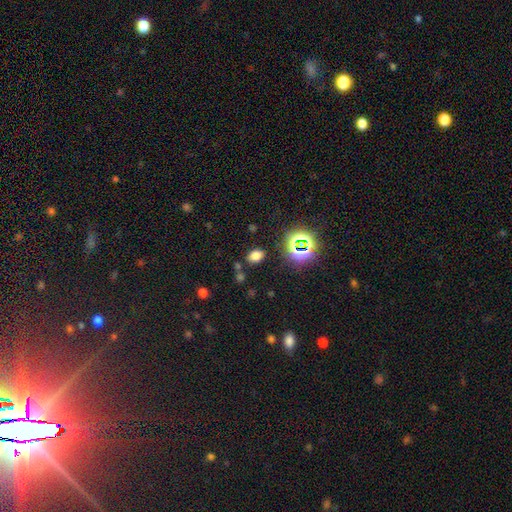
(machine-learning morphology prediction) Smooth or featured? Predicted: smooth (p=0.70). How rounded? Predicted: in between (p=0.75). Merging? Predicted: none (p=0.80).